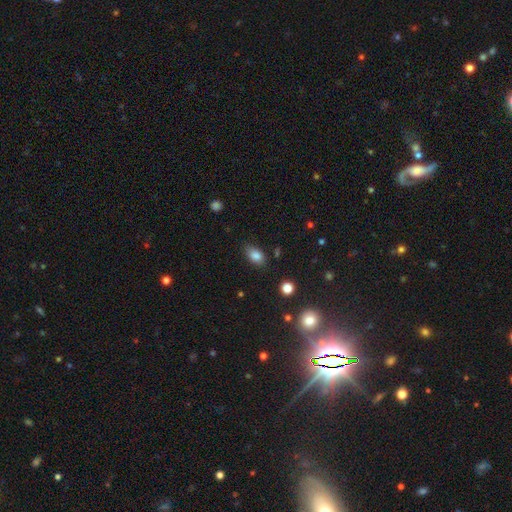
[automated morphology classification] This is clearly a smooth galaxy (83%). How rounded: clearly in between (86%). Merging: likely none (77%).